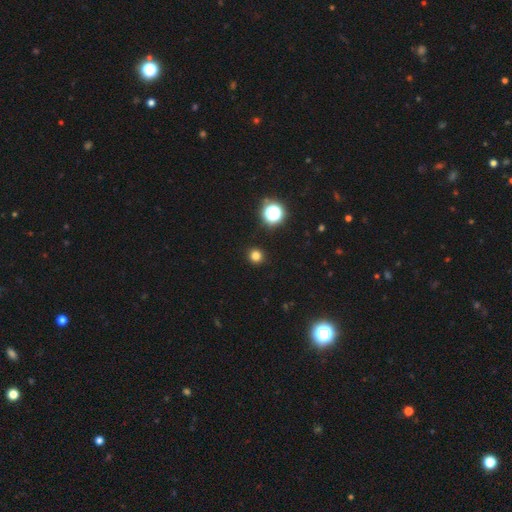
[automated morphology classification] Smooth or featured?
  - smooth: 79% *
  - star or artifact: 17%
  - featured or disk: 4%
How rounded?
  - round: 93% *
  - in between: 6%
  - cigar-shaped: 1%
Merging?
  - none: 92% *
  - minor disturbance: 5%
  - major disturbance: 2%
  - merger: 1%